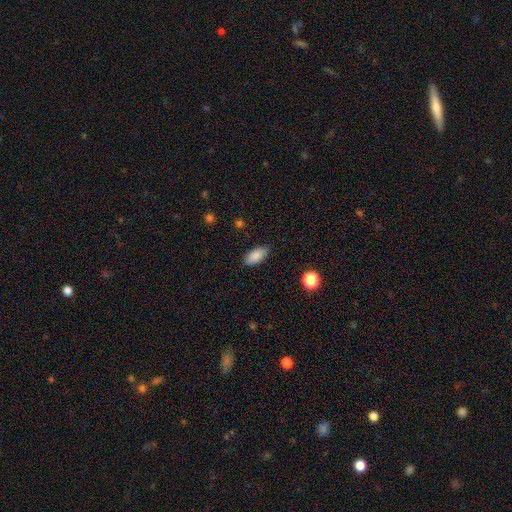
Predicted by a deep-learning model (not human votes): Smooth or featured: smooth — 87% (star or artifact — 8%)
How rounded: in between — 90% (cigar-shaped — 7%)
Merging: none — 84% (minor disturbance — 12%)